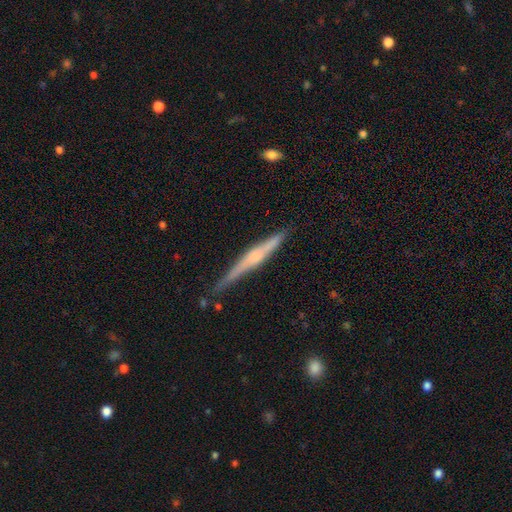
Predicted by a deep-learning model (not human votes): Q: Smooth or featured?
A: featured or disk (68%); runner-up: smooth (26%)
Q: Edge-on disk?
A: yes (98%); runner-up: no (2%)
Q: Edge-on bulge?
A: rounded (54%); runner-up: none (27%)
Q: Merging?
A: none (79%); runner-up: minor disturbance (16%)